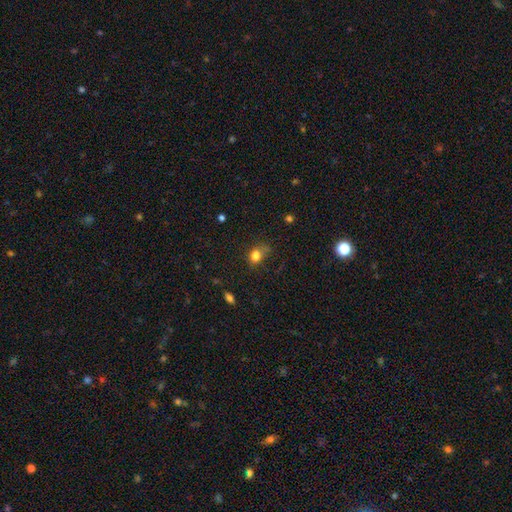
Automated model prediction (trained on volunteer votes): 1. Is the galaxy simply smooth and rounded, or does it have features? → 78% smooth, 14% star or artifact, 8% featured or disk.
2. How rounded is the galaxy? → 52% in between, 46% round, 2% cigar-shaped.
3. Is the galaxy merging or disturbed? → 44% none, 30% minor disturbance, 21% major disturbance, 5% merger.